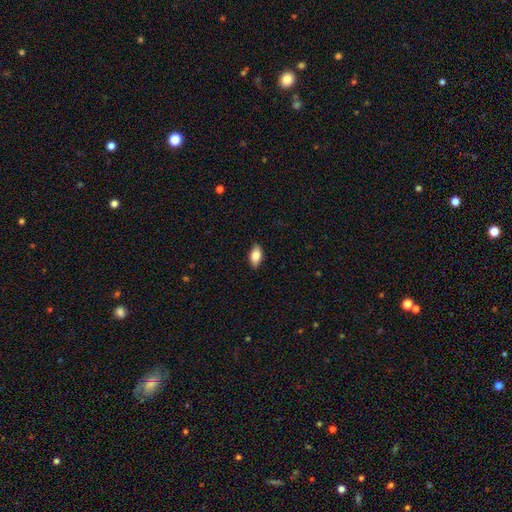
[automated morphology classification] This is clearly a smooth galaxy (80%). How rounded: clearly in between (90%). Merging: clearly none (86%).